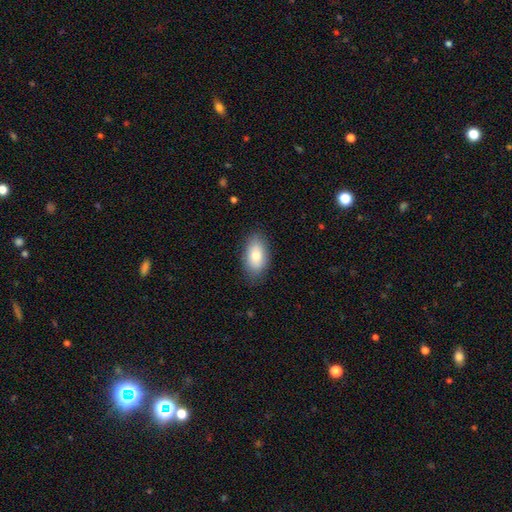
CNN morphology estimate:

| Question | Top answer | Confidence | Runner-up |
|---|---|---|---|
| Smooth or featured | smooth | 79% | featured or disk (14%) |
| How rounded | in between | 92% | round (5%) |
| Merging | none | 83% | minor disturbance (13%) |